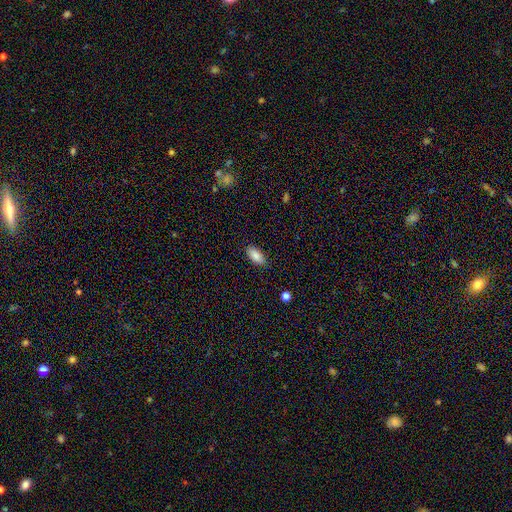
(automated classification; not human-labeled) smooth_or_featured: smooth (p=0.87) [alt: star or artifact p=0.07]
how_rounded: in between (p=0.90) [alt: cigar-shaped p=0.07]
merging: none (p=0.86) [alt: minor disturbance p=0.11]